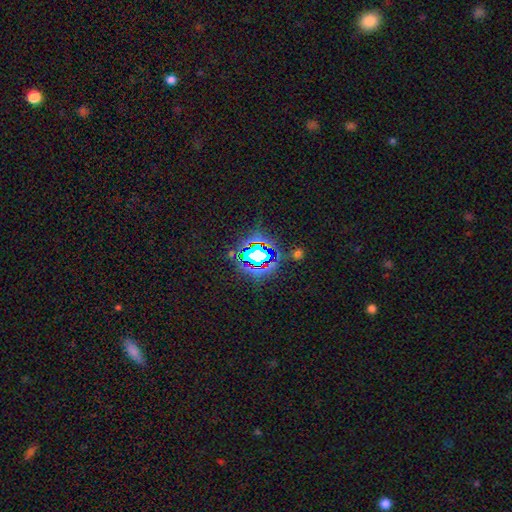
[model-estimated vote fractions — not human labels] Overall: star or artifact (72%).